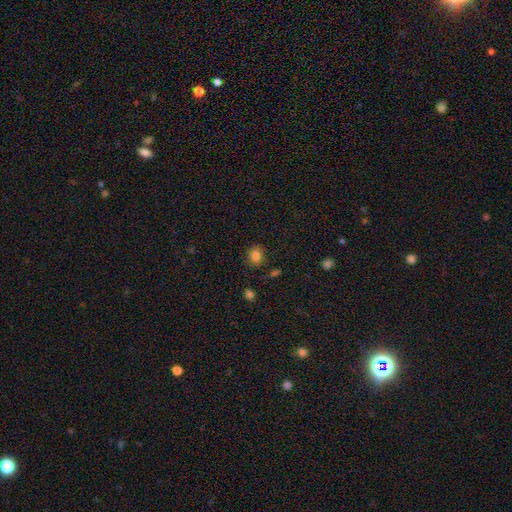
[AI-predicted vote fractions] A smooth galaxy with no disk features (82%) that is round (56%).

Vote fractions:
- Smooth or featured? smooth: 82% / star or artifact: 13% / featured or disk: 5%
- How rounded? round: 56% / in between: 43% / cigar-shaped: 1%
- Merging? none: 83% / minor disturbance: 11% / major disturbance: 3% / merger: 3%